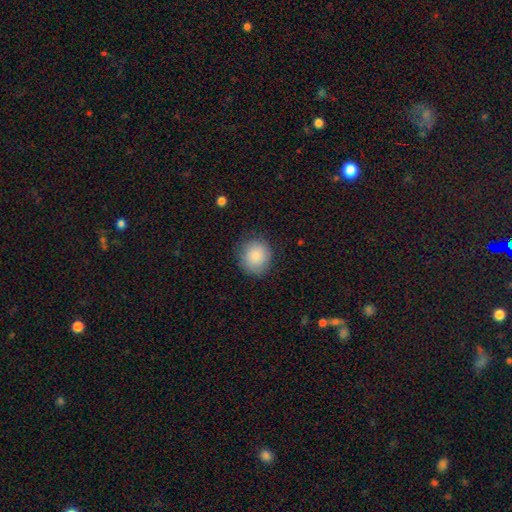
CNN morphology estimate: smooth 87%, star or artifact 7%, featured or disk 6%. Down the decision tree: how rounded — round (84%); merging — none (83%).